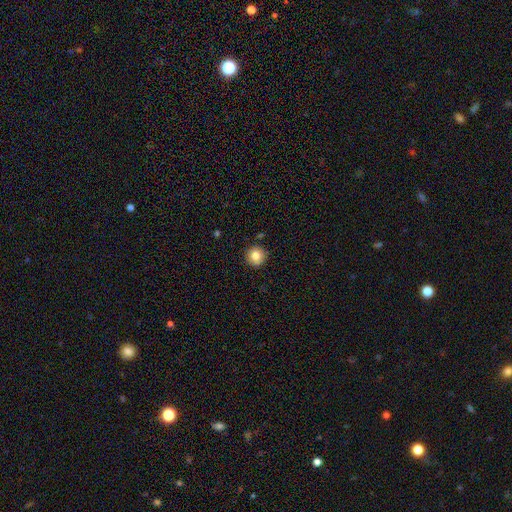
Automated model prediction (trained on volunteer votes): This appears to be a smooth galaxy with no disk features (81%) that is round (95%). Merging: none (90%).